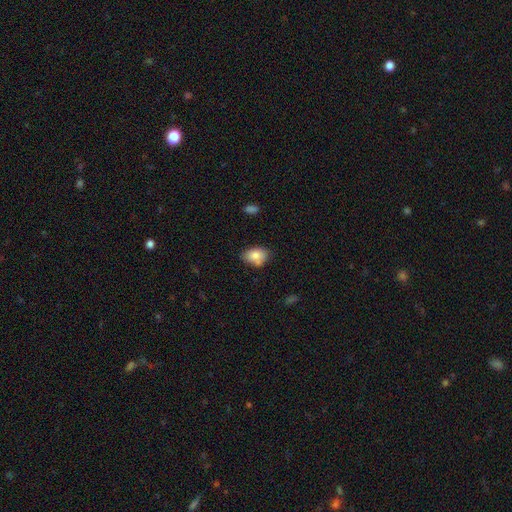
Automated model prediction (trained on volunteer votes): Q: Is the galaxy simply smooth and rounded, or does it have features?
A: smooth — 82%.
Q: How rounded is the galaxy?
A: in between — 79%.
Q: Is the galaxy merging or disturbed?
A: none — 64%.